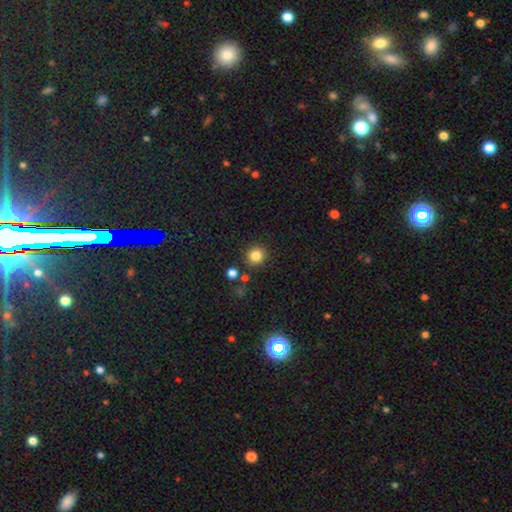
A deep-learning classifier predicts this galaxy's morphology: This is clearly a smooth galaxy (83%). How rounded: clearly round (92%). Merging: clearly none (87%).